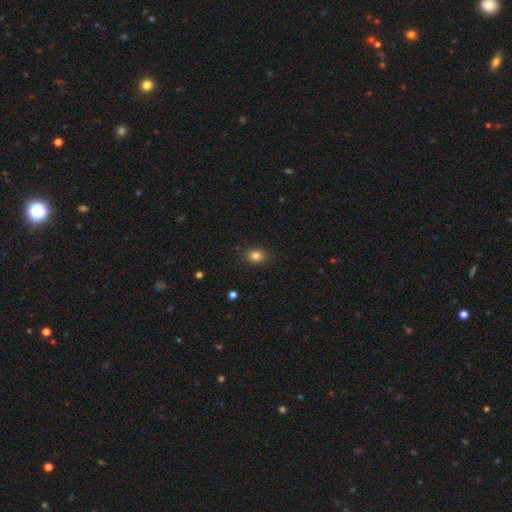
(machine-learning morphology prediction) A smooth galaxy with no disk features (83%) that is in between round and cigar-shaped (52%).

Vote fractions:
- Smooth or featured? smooth: 83% / star or artifact: 11% / featured or disk: 6%
- How rounded? in between: 52% / round: 47% / cigar-shaped: 1%
- Merging? none: 88% / minor disturbance: 9% / major disturbance: 2% / merger: 1%